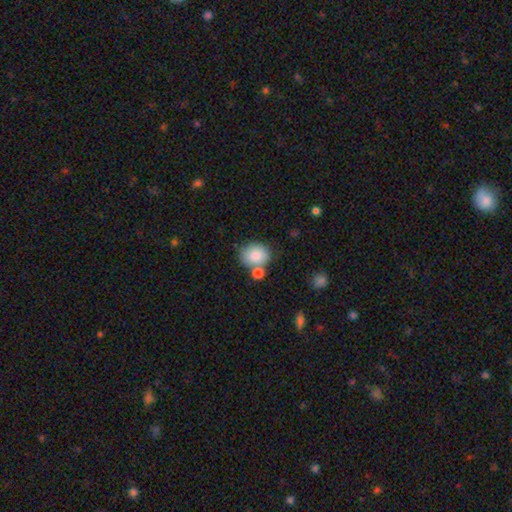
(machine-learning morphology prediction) Smooth or featured? smooth (83%)
How rounded? round (58%)
Merging? none (59%)